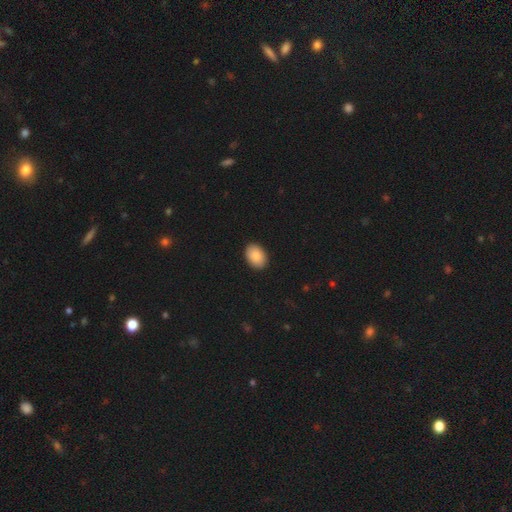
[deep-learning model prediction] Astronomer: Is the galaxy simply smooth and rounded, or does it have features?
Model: smooth — 87%.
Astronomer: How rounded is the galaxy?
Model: in between — 84%.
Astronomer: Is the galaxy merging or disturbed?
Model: none — 91%.